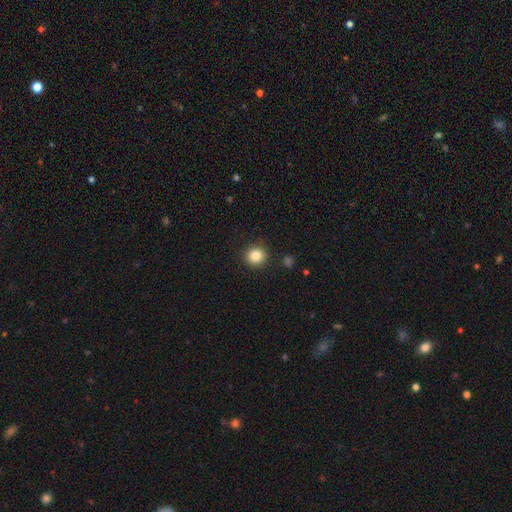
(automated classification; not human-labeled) smooth-or-featured: smooth: 83% | star or artifact: 11% | featured or disk: 6%
  how-rounded: round: 94% | in between: 5% | cigar-shaped: 1%
  merging: none: 91% | minor disturbance: 6% | major disturbance: 2% | merger: 2%